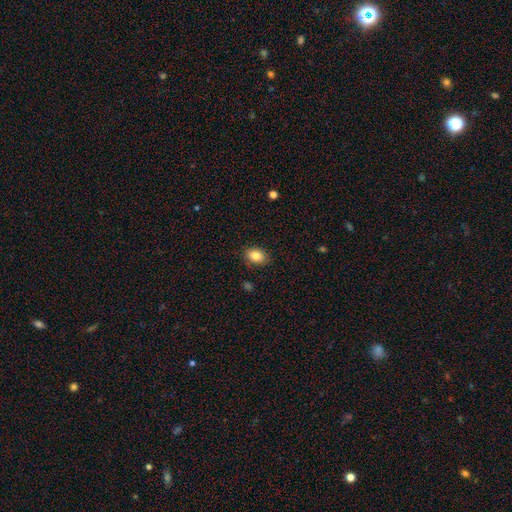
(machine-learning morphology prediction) smooth_or_featured: smooth (p=0.85) [alt: star or artifact p=0.08]
how_rounded: in between (p=0.79) [alt: round p=0.19]
merging: none (p=0.85) [alt: minor disturbance p=0.11]